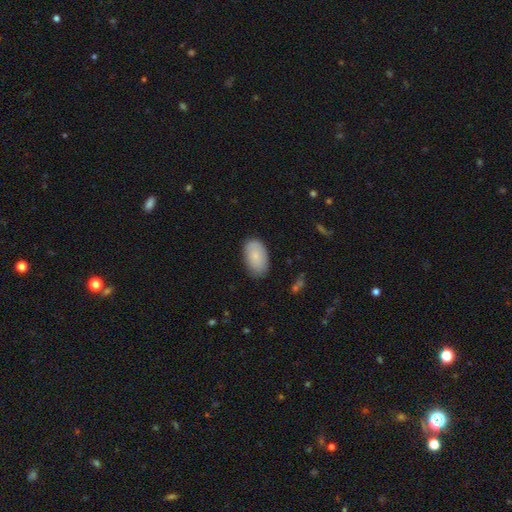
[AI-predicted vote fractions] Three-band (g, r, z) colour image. It shows a smooth galaxy with no disk features (82%) that is in between round and cigar-shaped (93%). Merging: none (80%).